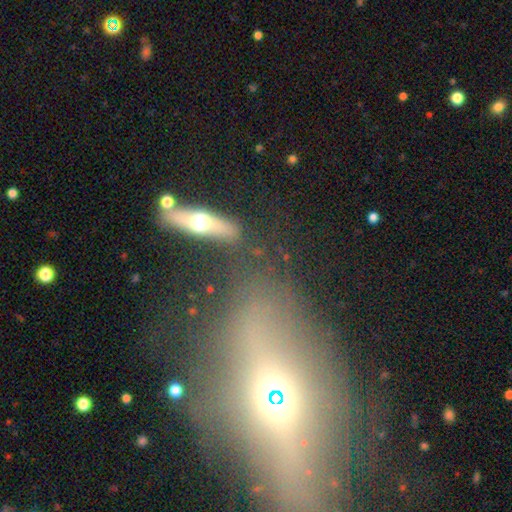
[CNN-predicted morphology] Smooth or featured? featured or disk (55%)
Edge-on disk? yes (74%)
Merging? none (63%)